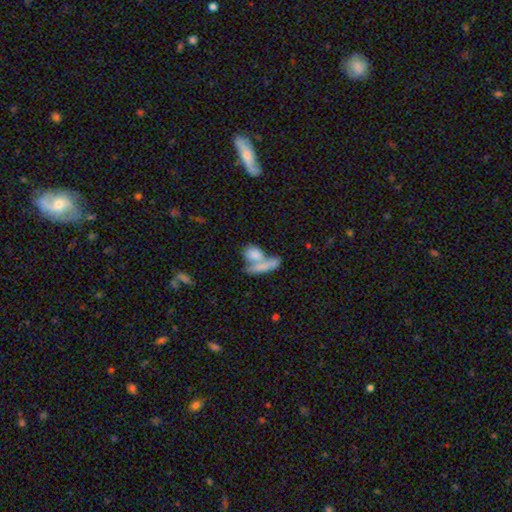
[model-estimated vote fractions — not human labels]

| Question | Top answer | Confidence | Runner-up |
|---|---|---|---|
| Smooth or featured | smooth | 65% | featured or disk (23%) |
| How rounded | in between | 44% | cigar-shaped (37%) |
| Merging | merger | 50% | none (36%) |